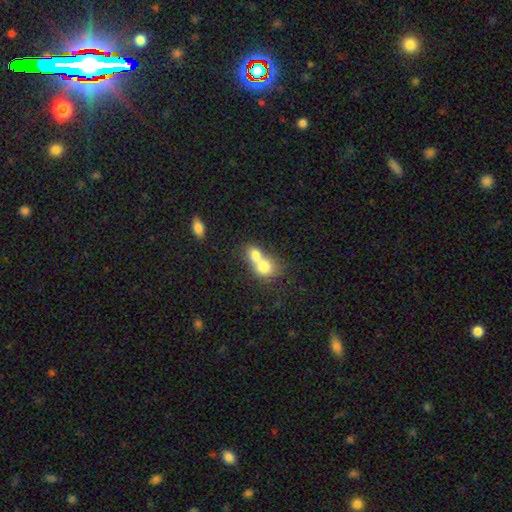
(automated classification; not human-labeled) Q: Smooth or featured?
A: smooth (73%); runner-up: featured or disk (19%)
Q: How rounded?
A: round (55%); runner-up: in between (43%)
Q: Merging?
A: merger (77%); runner-up: none (16%)